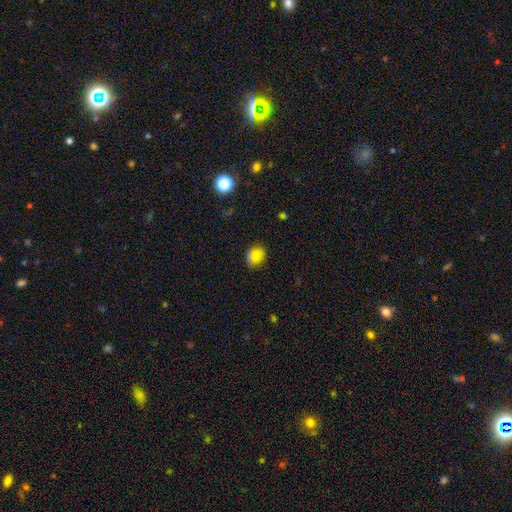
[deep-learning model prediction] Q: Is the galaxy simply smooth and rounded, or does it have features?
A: smooth — 70%.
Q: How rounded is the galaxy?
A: round — 72%.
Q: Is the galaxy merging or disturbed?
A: none — 77%.